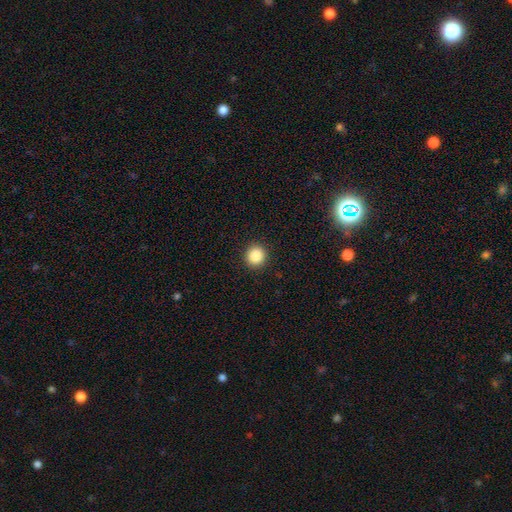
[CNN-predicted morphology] A smooth galaxy with no disk features (87%) that is round (91%).

Vote fractions:
- Smooth or featured? smooth: 87% / star or artifact: 10% / featured or disk: 3%
- How rounded? round: 91% / in between: 9% / cigar-shaped: 1%
- Merging? none: 92% / minor disturbance: 5% / major disturbance: 2% / merger: 1%